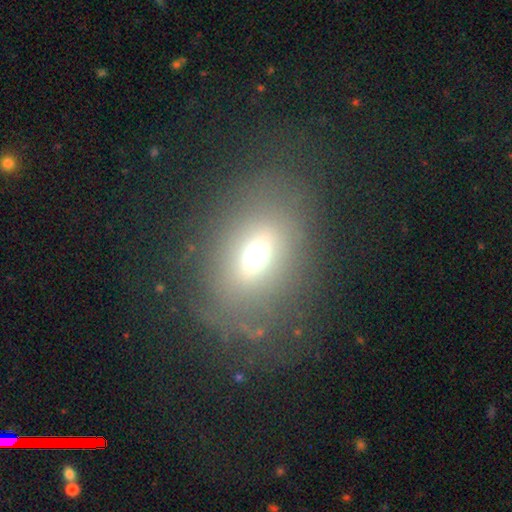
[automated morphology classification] A smooth galaxy with no disk features (56%) that is in between round and cigar-shaped (65%).

Vote fractions:
- Smooth or featured? smooth: 56% / featured or disk: 26% / star or artifact: 18%
- How rounded? in between: 65% / round: 32% / cigar-shaped: 3%
- Merging? none: 70% / minor disturbance: 15% / major disturbance: 13% / merger: 2%